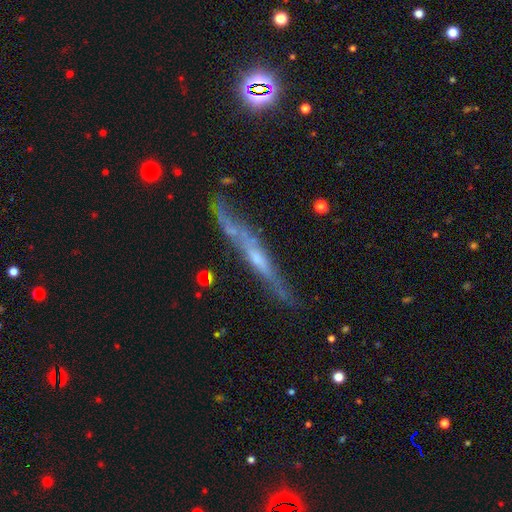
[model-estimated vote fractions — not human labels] Smooth or featured?
  - featured or disk: 71% *
  - smooth: 19%
  - star or artifact: 10%
Edge-on disk?
  - yes: 88% *
  - no: 12%
Edge-on bulge?
  - none: 53% *
  - rounded: 37%
  - boxy: 9%
Merging?
  - none: 68% *
  - minor disturbance: 20%
  - major disturbance: 7%
  - merger: 5%